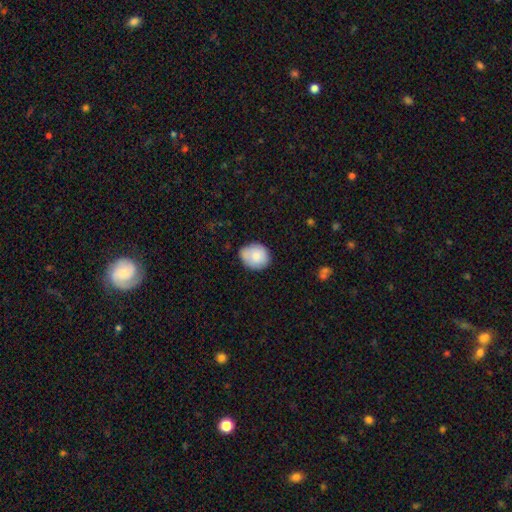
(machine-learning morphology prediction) Smooth or featured?
  - smooth: 83% *
  - featured or disk: 10%
  - star or artifact: 7%
How rounded?
  - round: 64% *
  - in between: 35%
  - cigar-shaped: 1%
Merging?
  - none: 70% *
  - minor disturbance: 24%
  - major disturbance: 4%
  - merger: 3%